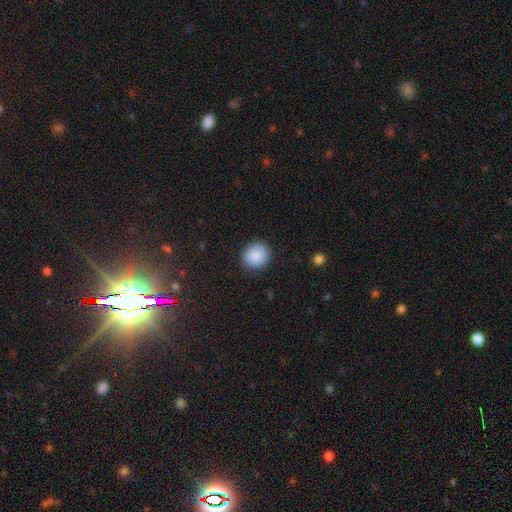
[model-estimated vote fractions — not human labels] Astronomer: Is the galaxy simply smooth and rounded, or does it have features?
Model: smooth — 89%.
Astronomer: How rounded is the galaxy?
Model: round — 83%.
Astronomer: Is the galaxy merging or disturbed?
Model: none — 89%.